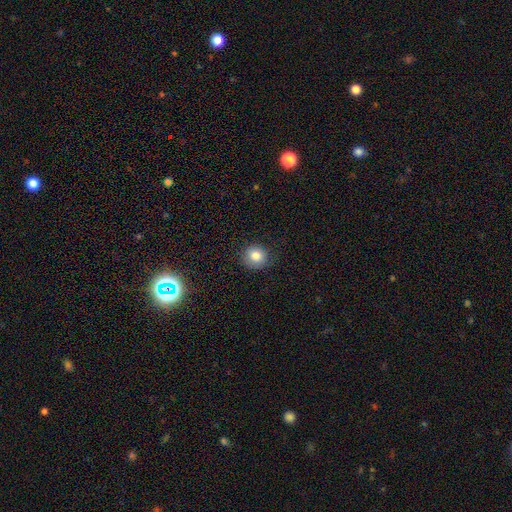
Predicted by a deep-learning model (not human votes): smooth-or-featured: smooth: 82% | star or artifact: 11% | featured or disk: 7%
  how-rounded: round: 88% | in between: 11% | cigar-shaped: 1%
  merging: none: 85% | minor disturbance: 11% | major disturbance: 3% | merger: 1%